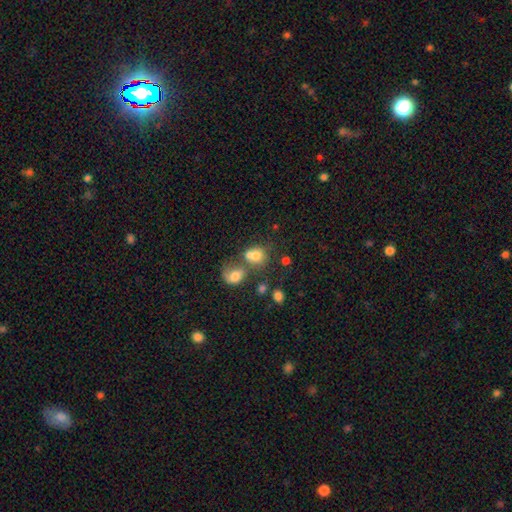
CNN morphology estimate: Smooth or featured? smooth (74%)
How rounded? round (58%)
Merging? merger (51%)